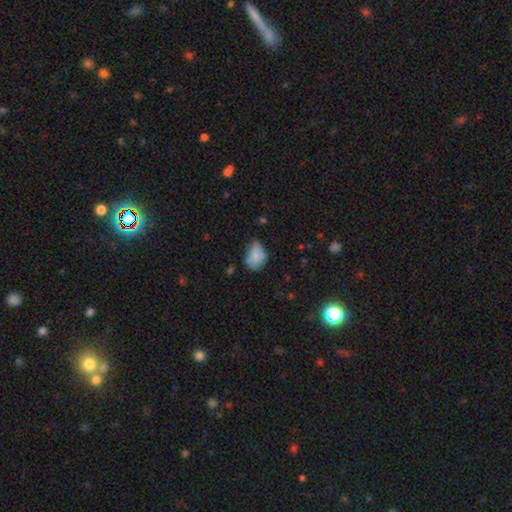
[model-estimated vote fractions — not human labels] smooth 68%, featured or disk 21%, star or artifact 11%. Down the decision tree: how rounded — in between (70%); merging — none (44%).